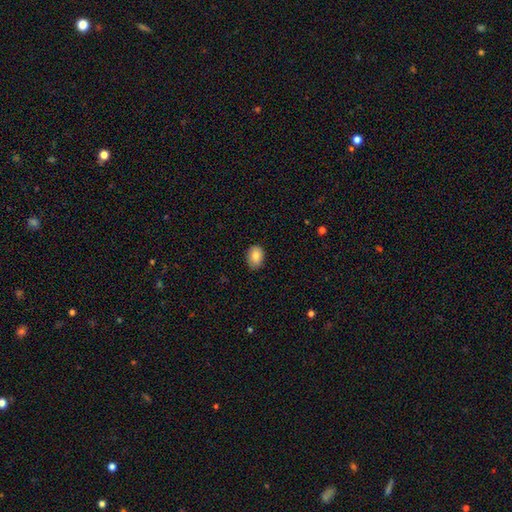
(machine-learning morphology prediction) Smooth or featured? smooth (85%)
How rounded? in between (76%)
Merging? none (82%)